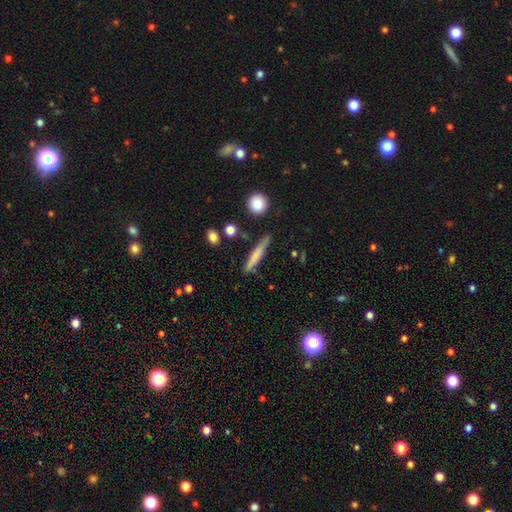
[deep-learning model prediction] Smooth or featured: smooth — 65% (featured or disk — 28%)
How rounded: cigar-shaped — 92% (in between — 6%)
Merging: none — 79% (minor disturbance — 14%)